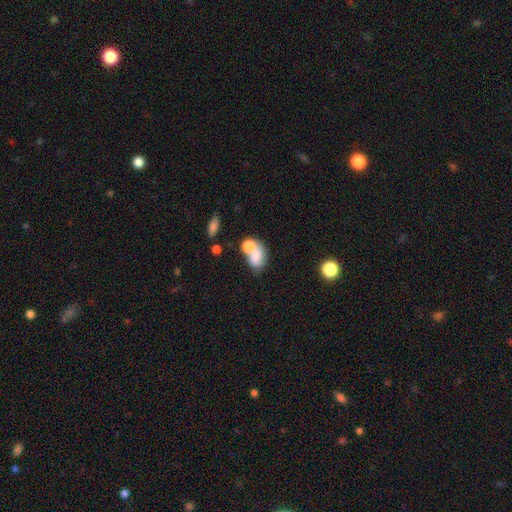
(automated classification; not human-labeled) This appears to be a smooth galaxy with no disk features (72%) that is in between round and cigar-shaped (72%). Merging: merger (52%).